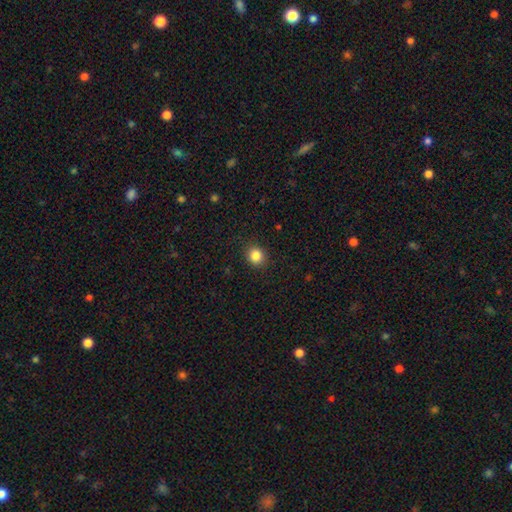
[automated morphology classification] Smooth or featured? Predicted: smooth (p=0.85). How rounded? Predicted: round (p=0.81). Merging? Predicted: none (p=0.90).